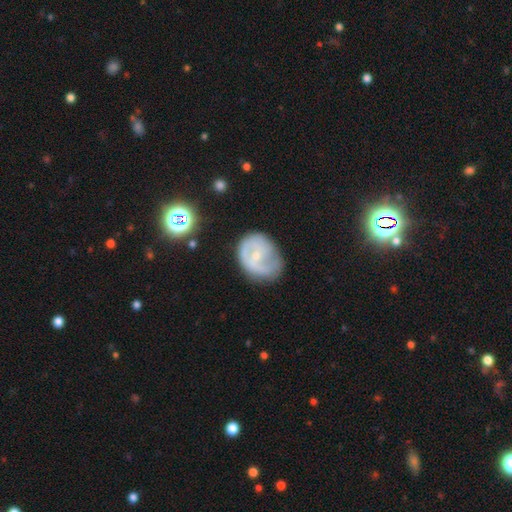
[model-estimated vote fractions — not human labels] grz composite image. It shows a featured or disk galaxy (62%) with no bar (55%), spiral arms (72%) and a small central bulge (71%). Merging: none (50%).